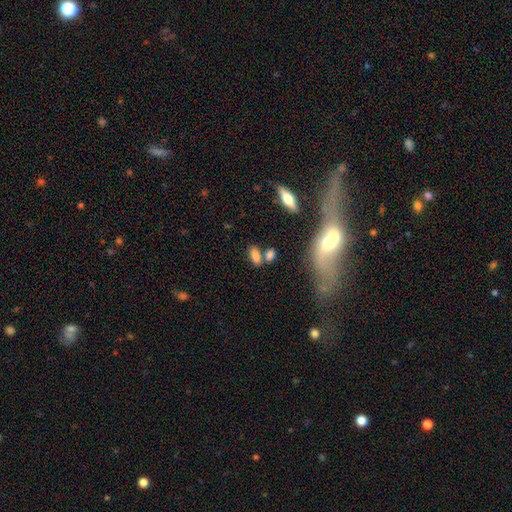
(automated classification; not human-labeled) Smooth or featured?
  - smooth: 80% *
  - star or artifact: 10%
  - featured or disk: 10%
How rounded?
  - in between: 83% *
  - cigar-shaped: 11%
  - round: 6%
Merging?
  - none: 58% *
  - merger: 24%
  - minor disturbance: 12%
  - major disturbance: 5%